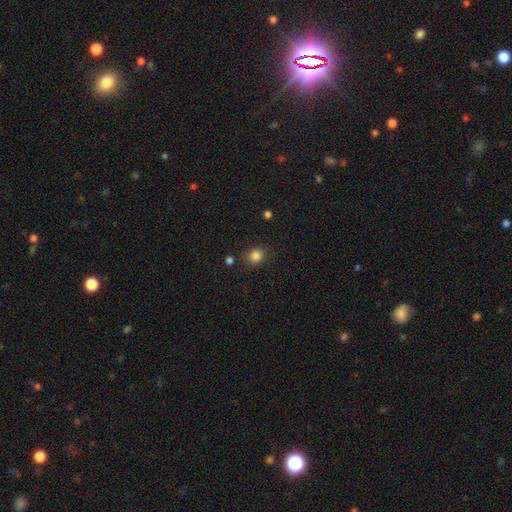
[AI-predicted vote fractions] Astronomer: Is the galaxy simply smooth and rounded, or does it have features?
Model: smooth — 84%.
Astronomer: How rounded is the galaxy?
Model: round — 64%.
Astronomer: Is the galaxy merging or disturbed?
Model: none — 82%.